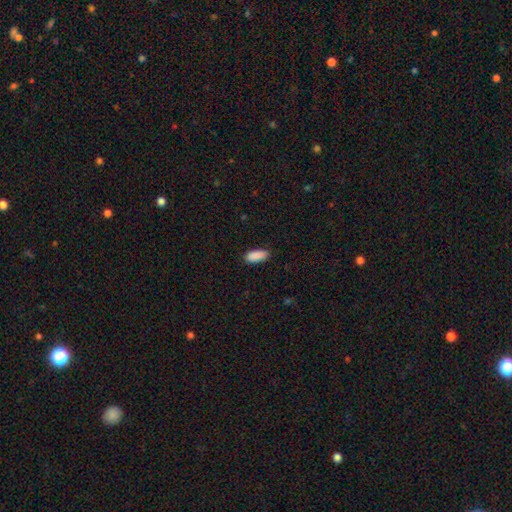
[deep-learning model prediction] Smooth or featured? smooth (90%)
How rounded? in between (80%)
Merging? none (86%)